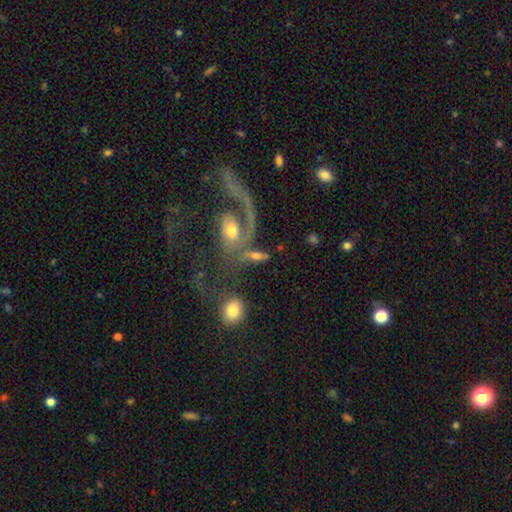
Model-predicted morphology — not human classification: A featured or disk galaxy (47%). Merging: none (37%).